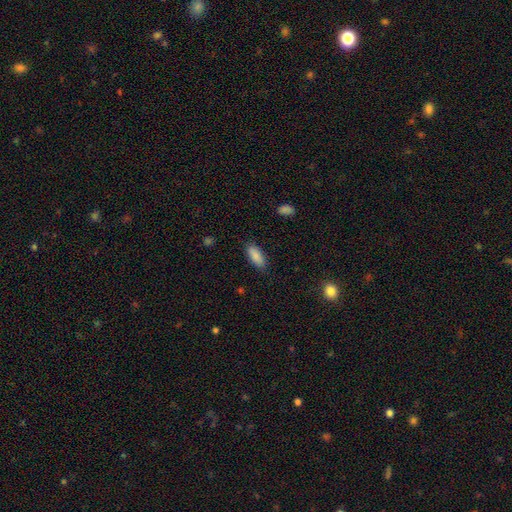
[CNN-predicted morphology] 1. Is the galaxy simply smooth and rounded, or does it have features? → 88% smooth, 7% star or artifact, 5% featured or disk.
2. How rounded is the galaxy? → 82% in between, 16% cigar-shaped, 2% round.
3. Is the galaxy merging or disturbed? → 84% none, 12% minor disturbance, 3% major disturbance, 1% merger.